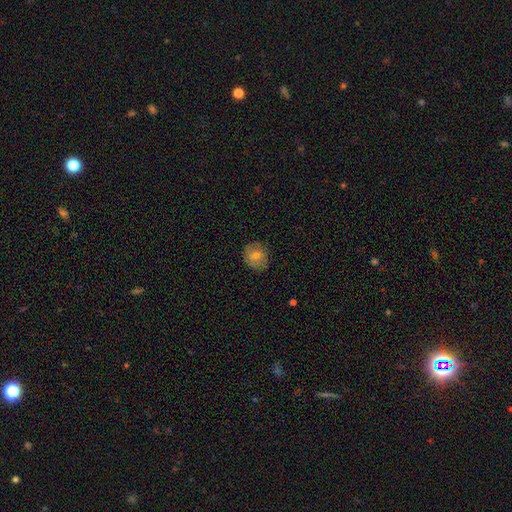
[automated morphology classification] smooth 61%, featured or disk 28%, star or artifact 10%. Down the decision tree: how rounded — round (78%); merging — none (81%).